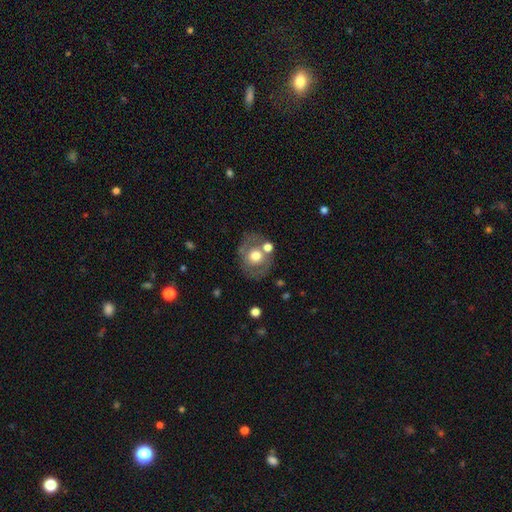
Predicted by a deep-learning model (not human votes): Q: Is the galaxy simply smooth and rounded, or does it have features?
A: smooth — 51%.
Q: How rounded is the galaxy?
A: round — 70%.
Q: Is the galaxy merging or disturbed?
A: none — 66%.